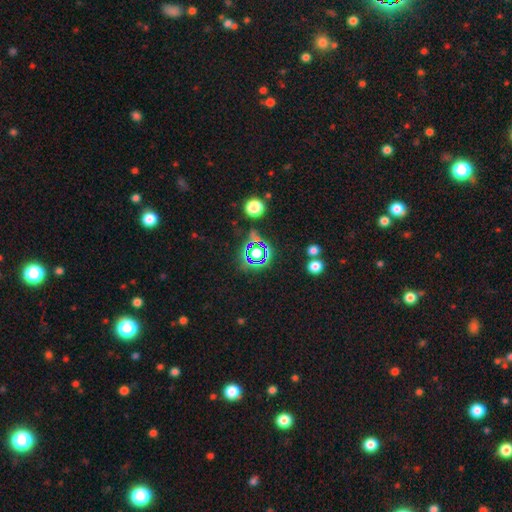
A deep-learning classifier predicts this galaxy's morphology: Q: Smooth or featured?
A: star or artifact (61%); runner-up: smooth (28%)